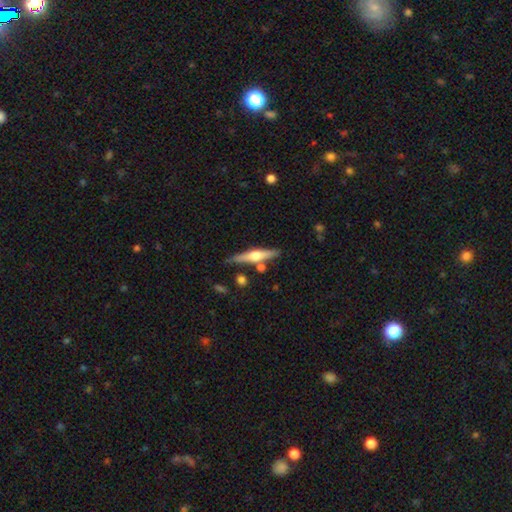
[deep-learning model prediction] featured or disk 64%, smooth 30%, star or artifact 6%. Down the decision tree: edge-on disk — yes (96%); edge-on bulge — rounded (92%); merging — none (80%).